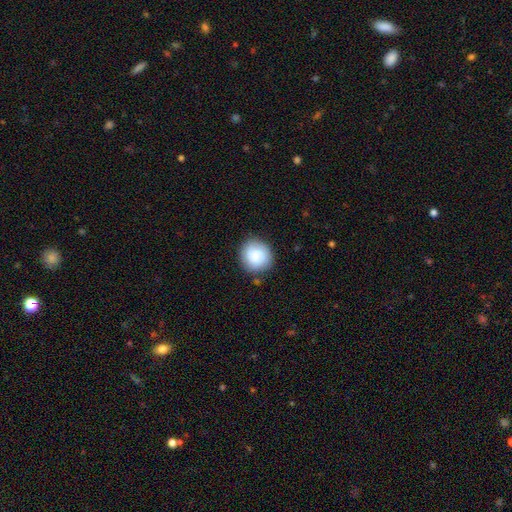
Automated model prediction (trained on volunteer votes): Q: Smooth or featured?
A: smooth (78%); runner-up: featured or disk (15%)
Q: How rounded?
A: round (87%); runner-up: in between (12%)
Q: Merging?
A: none (81%); runner-up: minor disturbance (13%)